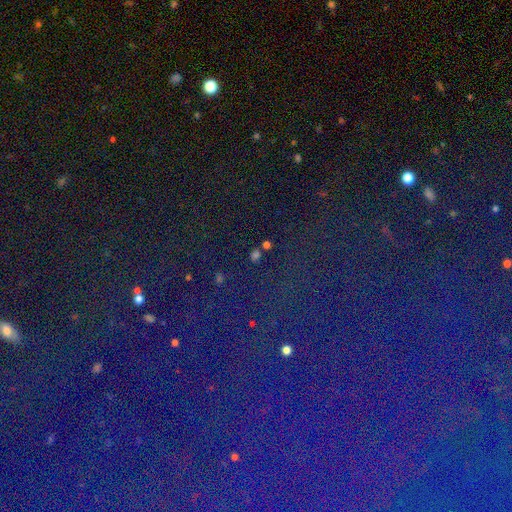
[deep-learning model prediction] Smooth or featured? Predicted: star or artifact (p=0.67).